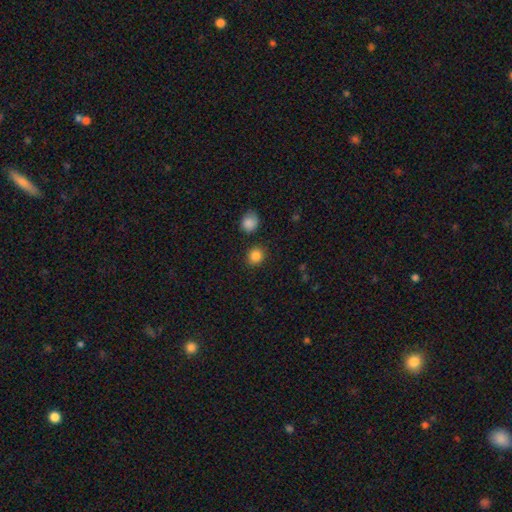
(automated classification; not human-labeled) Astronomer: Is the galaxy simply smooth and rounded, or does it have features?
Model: smooth — 85%.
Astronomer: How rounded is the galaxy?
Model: round — 81%.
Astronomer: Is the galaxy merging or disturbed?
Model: none — 86%.